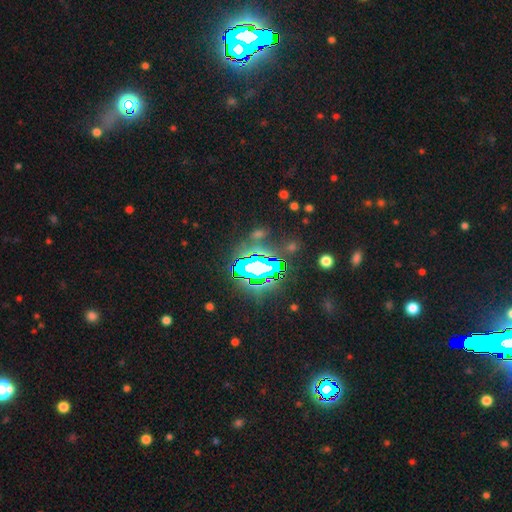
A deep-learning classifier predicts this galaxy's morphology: type=star or artifact (82%).